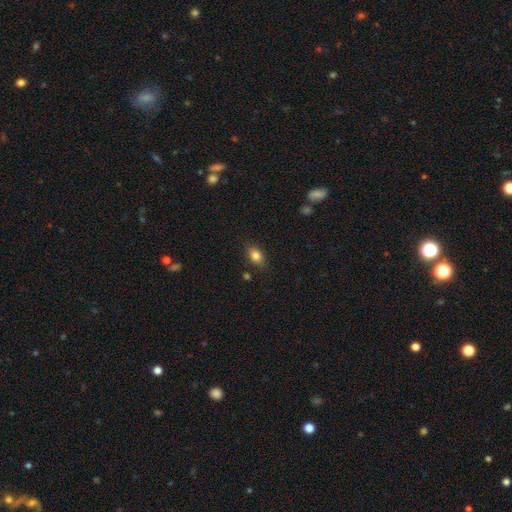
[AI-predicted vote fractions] smooth 82%, star or artifact 9%, featured or disk 9%. Down the decision tree: how rounded — in between (80%); merging — none (82%).